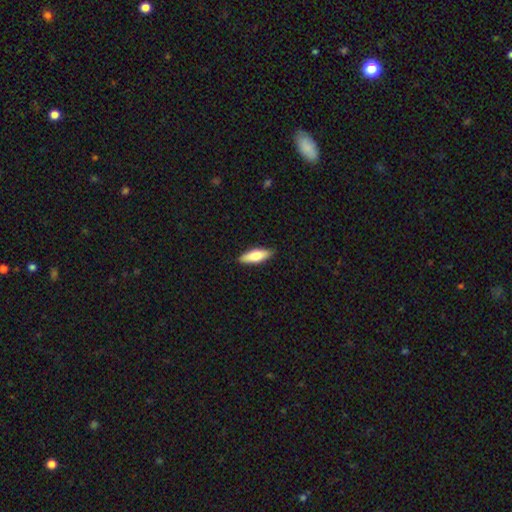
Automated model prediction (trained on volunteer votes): Q: Smooth or featured?
A: smooth (71%); runner-up: featured or disk (23%)
Q: How rounded?
A: in between (57%); runner-up: cigar-shaped (41%)
Q: Merging?
A: none (89%); runner-up: minor disturbance (9%)